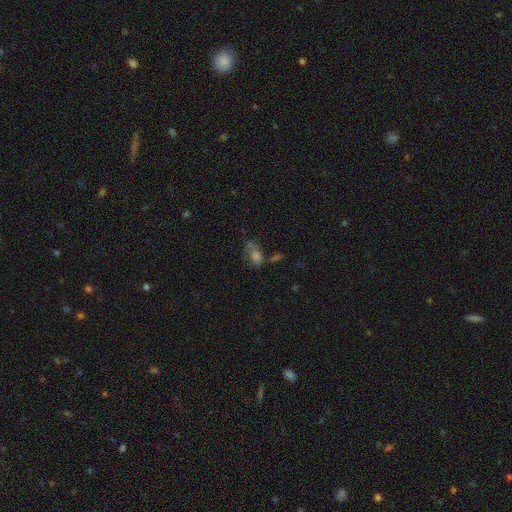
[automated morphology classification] Smooth or featured: smooth — 48% (featured or disk — 31%)
Merging: none — 36% (major disturbance — 28%)